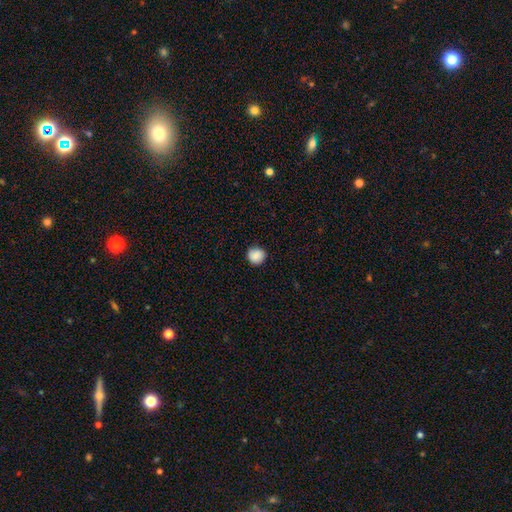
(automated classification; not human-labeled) A smooth galaxy with no disk features (88%) that is round (93%). Merging: none (87%).